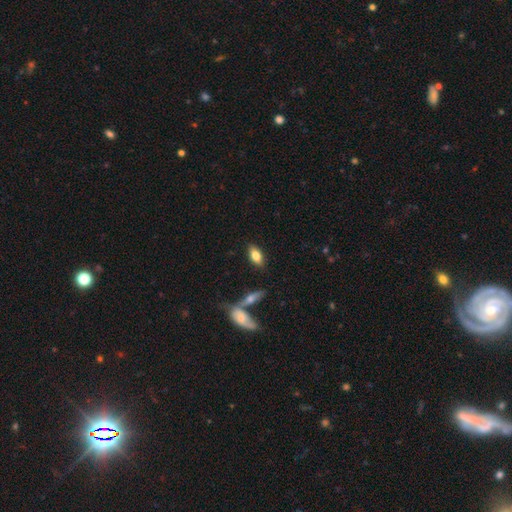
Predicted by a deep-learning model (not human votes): A smooth galaxy with no disk features (76%) that is in between round and cigar-shaped (87%). Merging: none (81%).